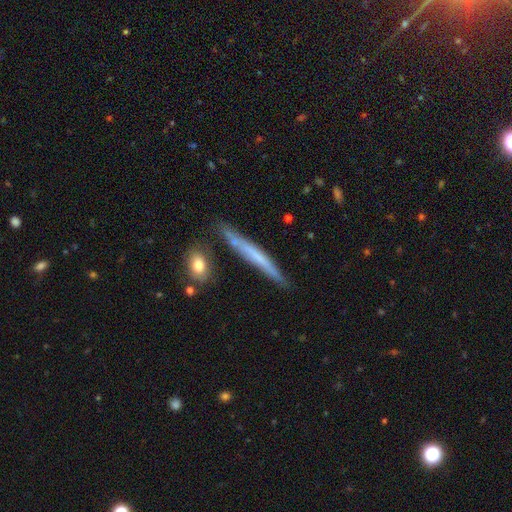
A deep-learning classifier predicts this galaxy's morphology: Smooth or featured: smooth — 47% (tied with featured or disk — 47%)
Merging: none — 79% (minor disturbance — 14%)